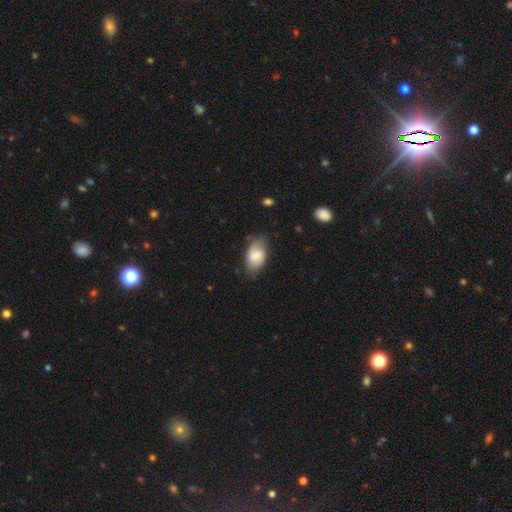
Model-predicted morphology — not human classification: Smooth or featured: smooth — 72% (featured or disk — 21%)
How rounded: in between — 89% (round — 9%)
Merging: none — 66% (minor disturbance — 26%)